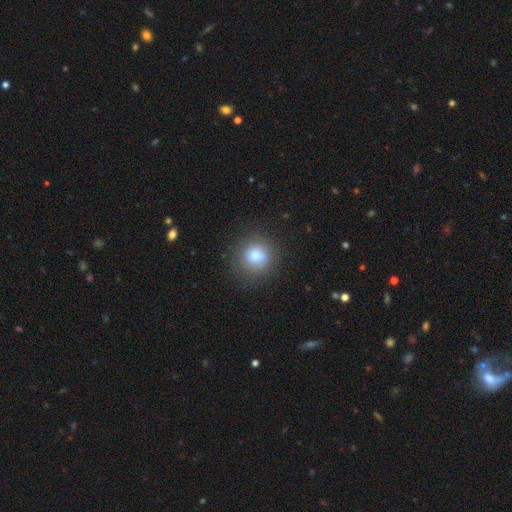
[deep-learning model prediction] This appears to be a smooth galaxy with no disk features (78%) that is round (85%). Merging: none (77%).